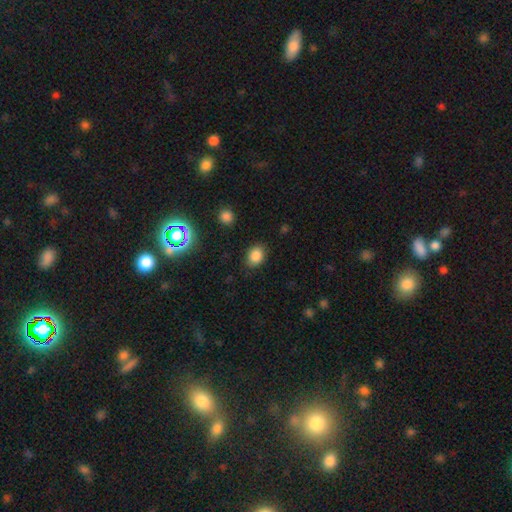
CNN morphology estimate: A smooth galaxy with no disk features (83%) that is in between round and cigar-shaped (63%).

Vote fractions:
- Smooth or featured? smooth: 83% / star or artifact: 12% / featured or disk: 5%
- How rounded? in between: 63% / round: 36% / cigar-shaped: 1%
- Merging? none: 84% / minor disturbance: 11% / major disturbance: 3% / merger: 1%